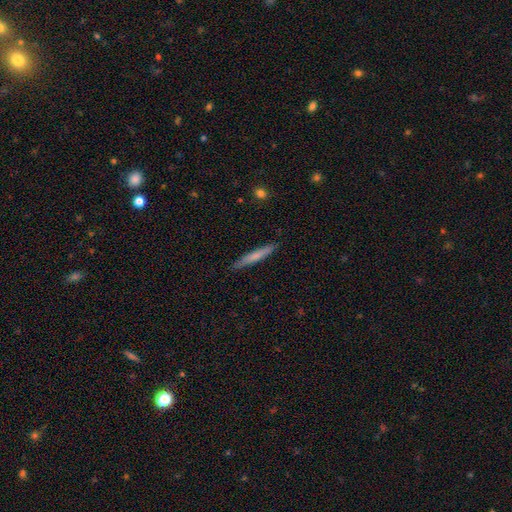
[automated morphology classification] This is likely a smooth galaxy (65%). How rounded: clearly cigar-shaped (96%). Merging: clearly none (89%).